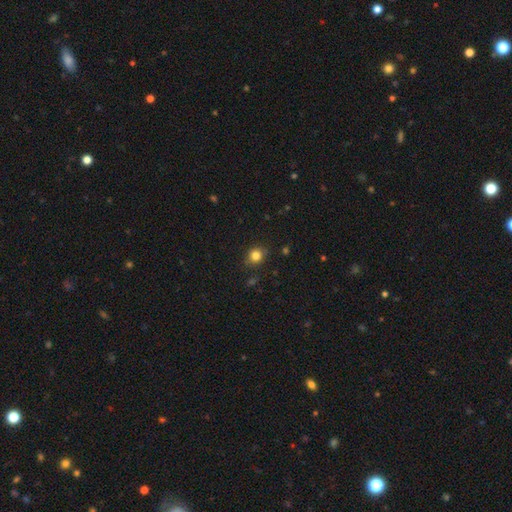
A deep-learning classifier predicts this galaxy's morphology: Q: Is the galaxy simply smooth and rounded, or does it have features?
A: smooth — 83%.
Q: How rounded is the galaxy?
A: round — 81%.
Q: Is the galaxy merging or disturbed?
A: none — 83%.